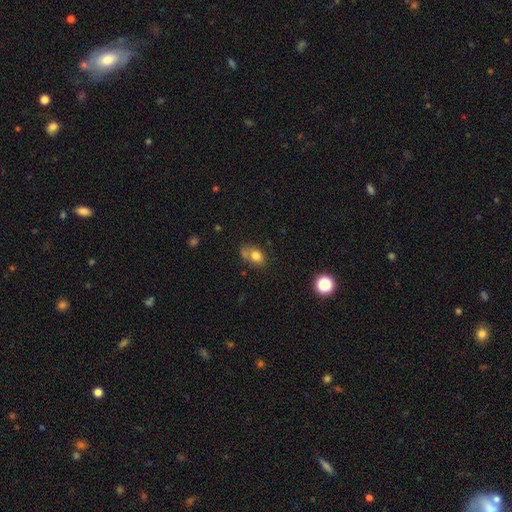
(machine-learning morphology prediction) smooth_or_featured: smooth (p=0.75) [alt: featured or disk p=0.14]
how_rounded: in between (p=0.72) [alt: round p=0.27]
merging: none (p=0.45) [alt: minor disturbance p=0.26]